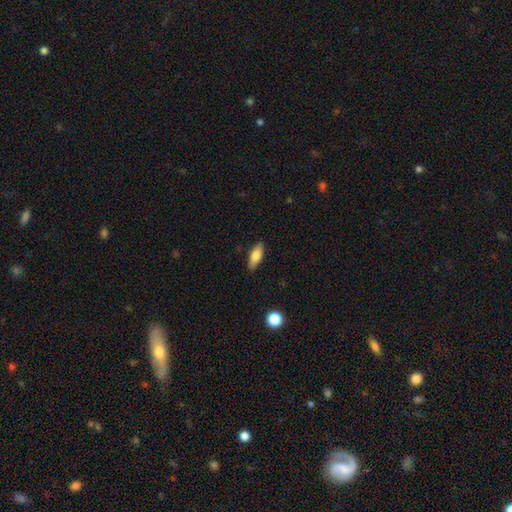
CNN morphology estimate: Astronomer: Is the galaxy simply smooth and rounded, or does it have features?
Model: smooth — 76%.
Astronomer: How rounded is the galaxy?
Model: in between — 74%.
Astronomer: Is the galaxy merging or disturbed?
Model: none — 87%.